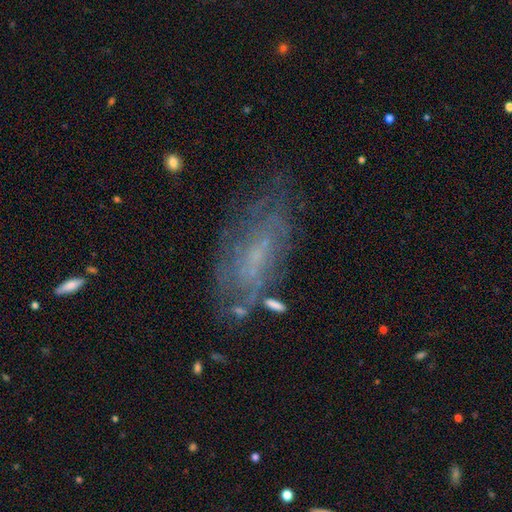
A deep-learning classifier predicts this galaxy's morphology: Smooth or featured? Predicted: featured or disk (p=0.59). Edge-on disk? Predicted: no (p=0.87). Bar? Predicted: no (p=0.60). Spiral arms? Predicted: yes (p=0.57). Bulge size? Predicted: small (p=0.54). Merging? Predicted: none (p=0.65).